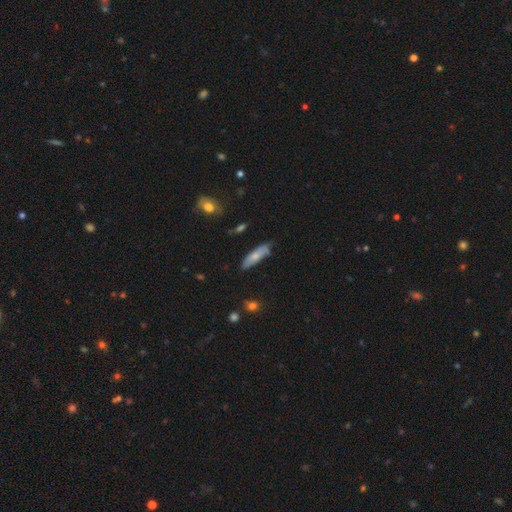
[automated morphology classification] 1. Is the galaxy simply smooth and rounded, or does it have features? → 68% smooth, 25% featured or disk, 6% star or artifact.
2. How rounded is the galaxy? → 62% cigar-shaped, 36% in between, 2% round.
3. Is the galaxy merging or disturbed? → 69% none, 24% minor disturbance, 4% major disturbance, 3% merger.